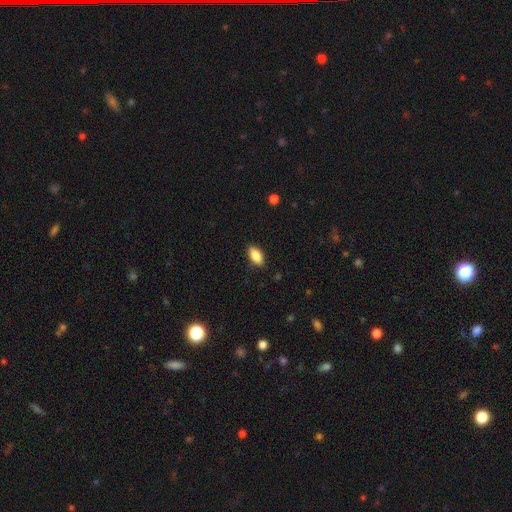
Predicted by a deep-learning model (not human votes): Morphology: type=smooth (87%); roundness=in between (90%); merging=none (88%).